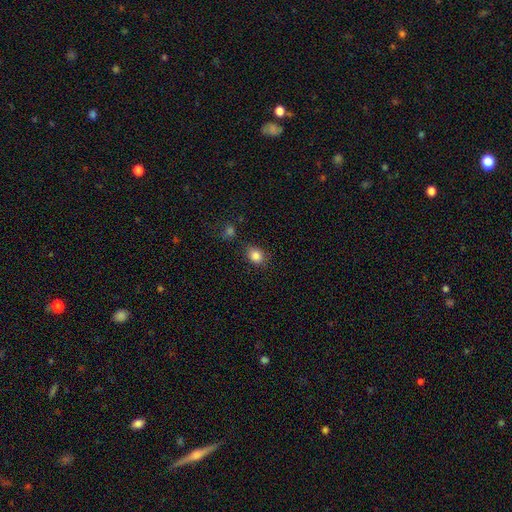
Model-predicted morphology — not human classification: Smooth or featured? smooth (84%)
How rounded? round (50%)
Merging? none (78%)